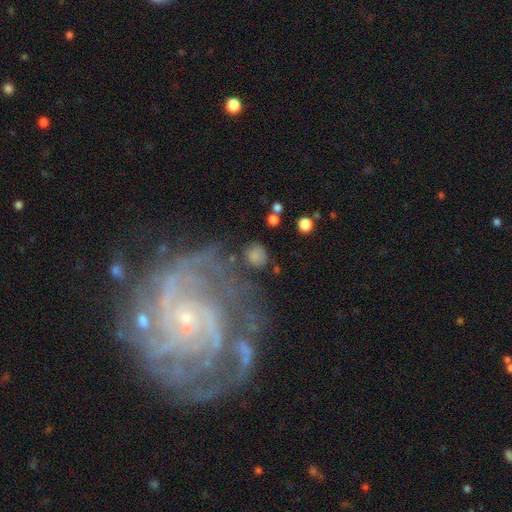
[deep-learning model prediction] Q: Smooth or featured?
A: smooth (75%); runner-up: featured or disk (13%)
Q: How rounded?
A: round (79%); runner-up: in between (19%)
Q: Merging?
A: none (74%); runner-up: minor disturbance (14%)